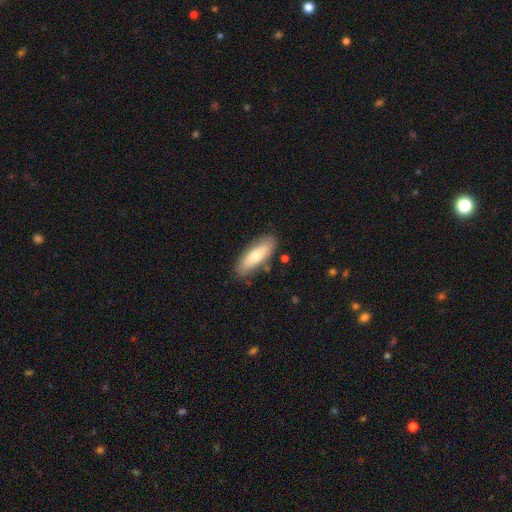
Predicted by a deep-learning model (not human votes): Smooth or featured? Predicted: smooth (p=0.63). How rounded? Predicted: in between (p=0.62). Merging? Predicted: none (p=0.81).